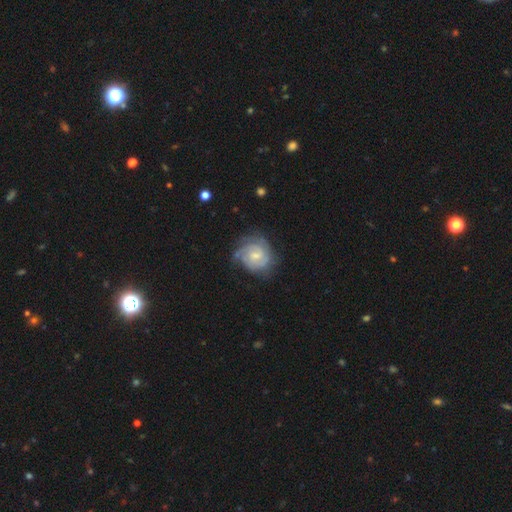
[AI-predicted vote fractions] featured or disk 76%, smooth 18%, star or artifact 6%. Down the decision tree: edge-on disk — no (98%); bar — weak (51%); spiral arms — yes (93%); spiral arm count — 2 (39%); spiral winding — tight (61%); bulge size — small (50%); merging — none (62%).